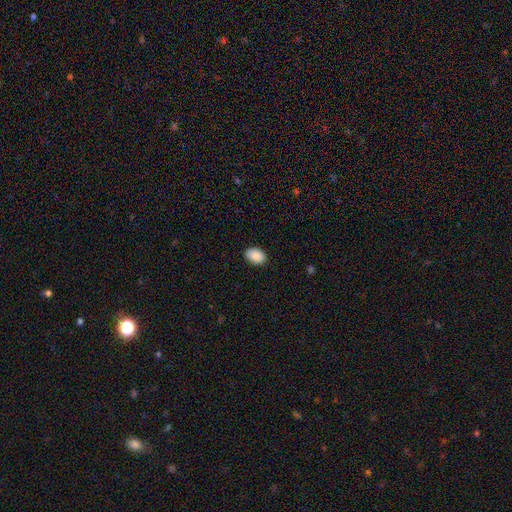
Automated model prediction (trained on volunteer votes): A smooth galaxy with no disk features (91%) that is in between round and cigar-shaped (83%).

Vote fractions:
- Smooth or featured? smooth: 91% / star or artifact: 7% / featured or disk: 3%
- How rounded? in between: 83% / round: 16% / cigar-shaped: 1%
- Merging? none: 89% / minor disturbance: 8% / major disturbance: 2% / merger: 1%